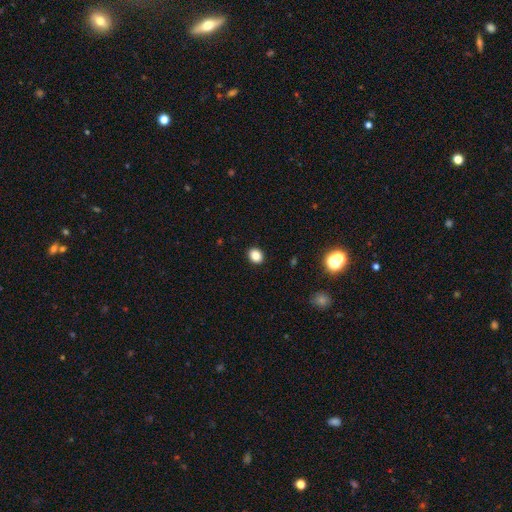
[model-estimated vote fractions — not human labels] Smooth or featured: smooth — 85% (star or artifact — 11%)
How rounded: round — 54% (in between — 45%)
Merging: none — 91% (minor disturbance — 6%)